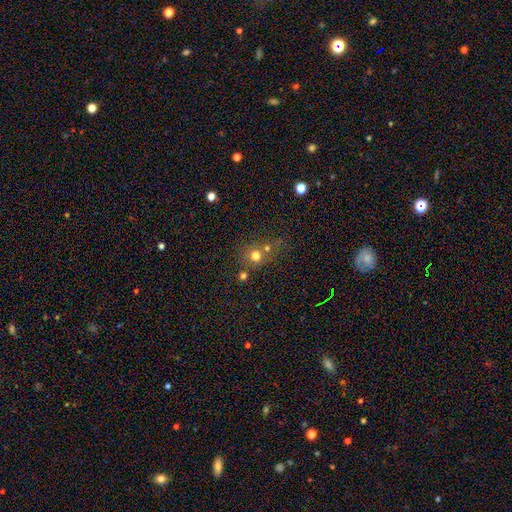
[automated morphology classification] Smooth or featured? smooth (69%)
How rounded? round (83%)
Merging? none (55%)